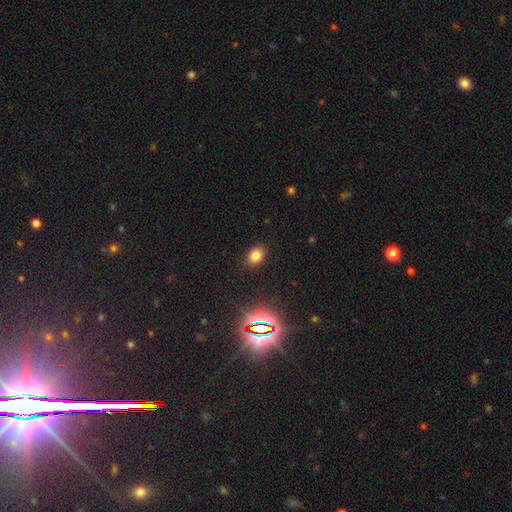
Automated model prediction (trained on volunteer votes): This appears to be a smooth galaxy with no disk features (77%) that is in between round and cigar-shaped (56%). Merging: none (88%).